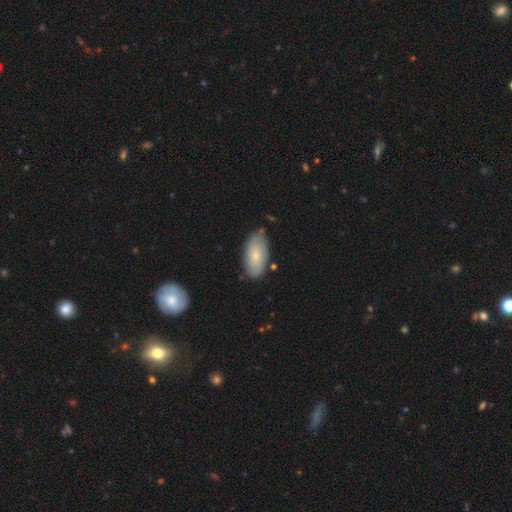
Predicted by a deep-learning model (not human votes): A smooth galaxy with no disk features (71%) that is in between round and cigar-shaped (93%). Merging: none (76%).